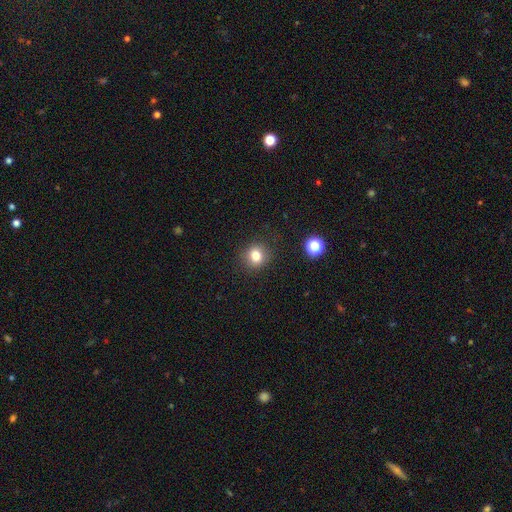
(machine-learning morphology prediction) Smooth or featured: smooth — 79% (star or artifact — 14%)
How rounded: round — 83% (in between — 16%)
Merging: none — 88% (minor disturbance — 8%)